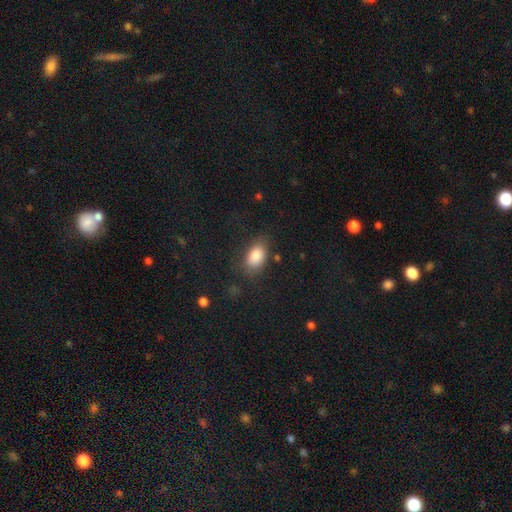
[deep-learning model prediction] This appears to be a smooth galaxy with no disk features (84%) that is in between round and cigar-shaped (89%). Merging: none (72%).